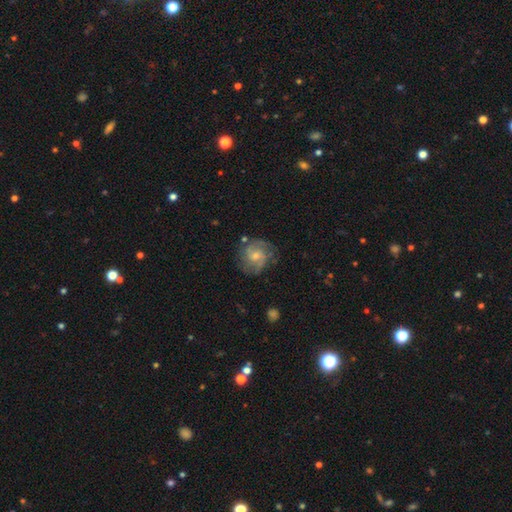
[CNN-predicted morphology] smooth_or_featured: featured or disk (p=0.66) [alt: smooth p=0.27]
disk_edge_on: no (p=0.98) [alt: yes p=0.02]
bar: no (p=0.59) [alt: weak p=0.36]
has_spiral_arms: yes (p=0.88) [alt: no p=0.12]
spiral_winding: medium (p=0.47) [alt: tight p=0.34]
spiral_arm_count: 2 (p=0.56) [alt: can't tell p=0.21]
bulge_size: moderate (p=0.45) [tied with: small p=0.45]
merging: none (p=0.68) [alt: minor disturbance p=0.20]